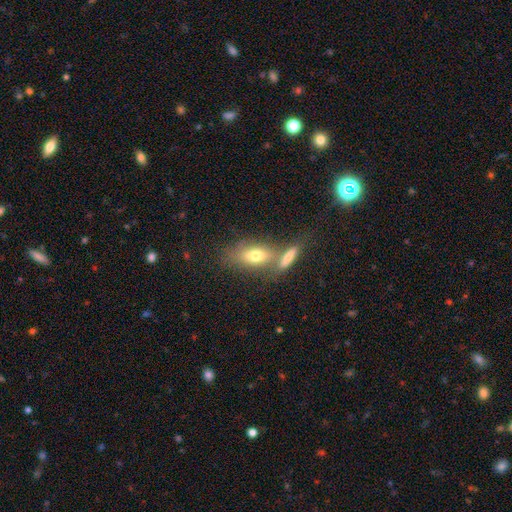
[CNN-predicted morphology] This is likely a smooth galaxy (69%). How rounded: likely in between (77%). Merging: marginally none (44%).